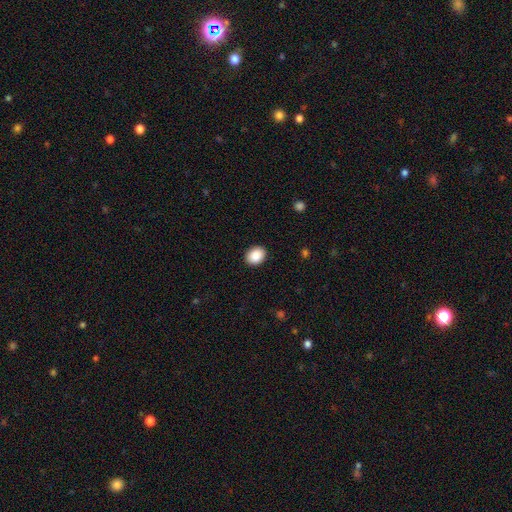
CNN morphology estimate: This appears to be a smooth galaxy with no disk features (90%) that is in between round and cigar-shaped (57%). Merging: none (91%).